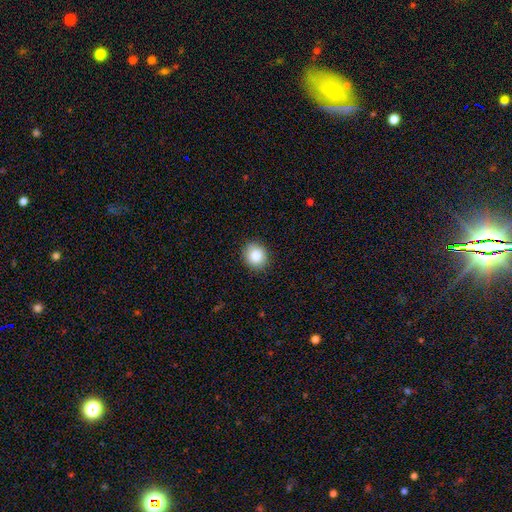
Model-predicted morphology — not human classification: type=smooth (85%); roundness=round (78%); merging=none (89%).